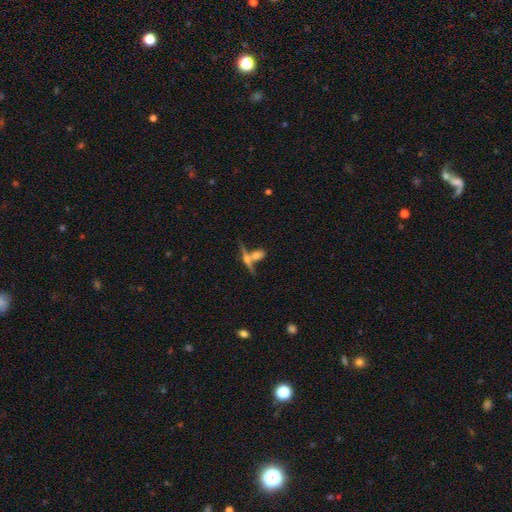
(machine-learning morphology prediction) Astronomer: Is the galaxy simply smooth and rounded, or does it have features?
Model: featured or disk — 46% (runner-up: smooth, 42%).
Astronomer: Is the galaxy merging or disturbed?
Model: merger — 43% (runner-up: none, 42%).